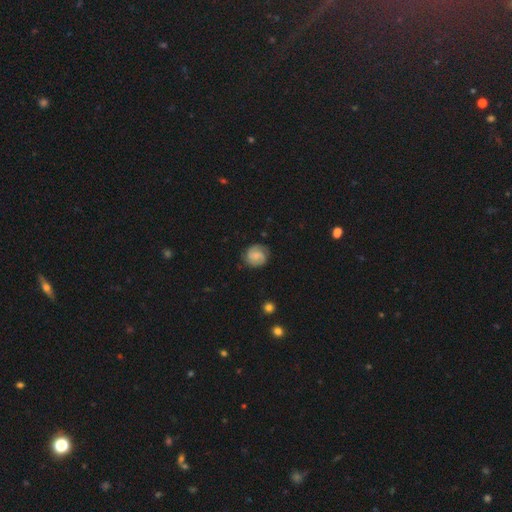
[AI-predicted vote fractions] smooth 47%, featured or disk 44%, star or artifact 9%. Down the decision tree: merging — none (77%).